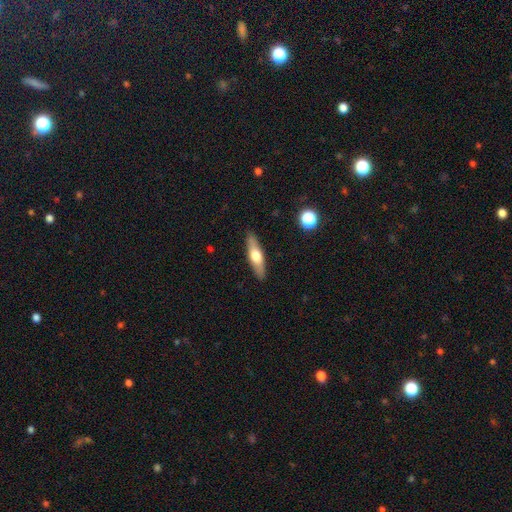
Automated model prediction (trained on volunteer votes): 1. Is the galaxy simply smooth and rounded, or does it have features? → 48% smooth, 46% featured or disk, 6% star or artifact.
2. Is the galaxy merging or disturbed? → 89% none, 8% minor disturbance, 2% major disturbance, 1% merger.